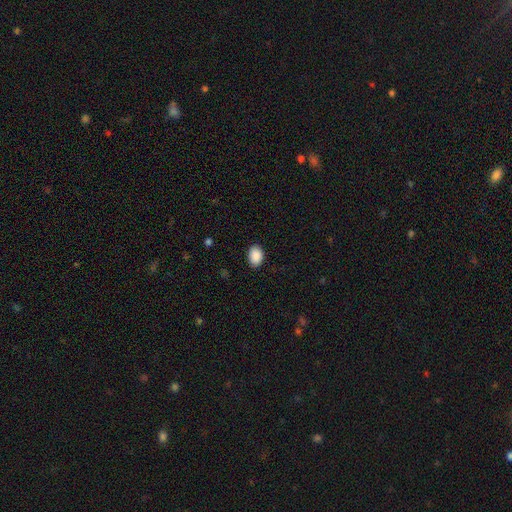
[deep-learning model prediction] This is clearly a smooth galaxy (90%). How rounded: likely in between (78%). Merging: clearly none (89%).